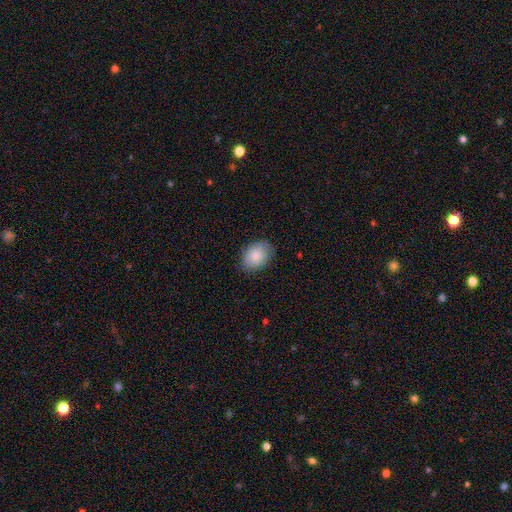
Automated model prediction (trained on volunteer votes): Q: Smooth or featured?
A: smooth (85%); runner-up: featured or disk (9%)
Q: How rounded?
A: in between (80%); runner-up: round (19%)
Q: Merging?
A: none (81%); runner-up: minor disturbance (15%)